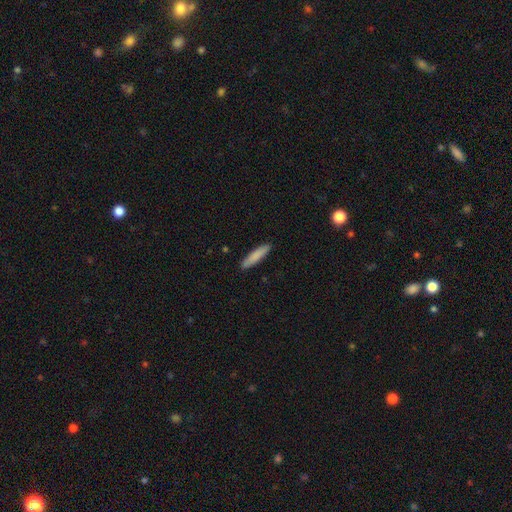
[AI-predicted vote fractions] Smooth or featured? smooth (84%)
How rounded? cigar-shaped (86%)
Merging? none (90%)